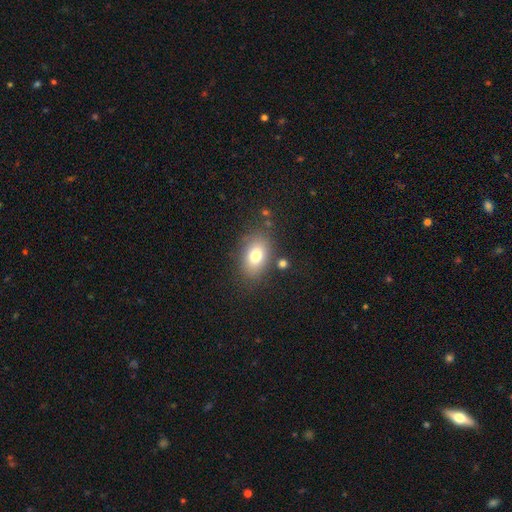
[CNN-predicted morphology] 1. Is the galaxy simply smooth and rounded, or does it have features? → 76% smooth, 14% featured or disk, 10% star or artifact.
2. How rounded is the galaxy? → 83% in between, 16% round, 2% cigar-shaped.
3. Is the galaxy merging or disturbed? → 78% none, 12% minor disturbance, 5% major disturbance, 4% merger.